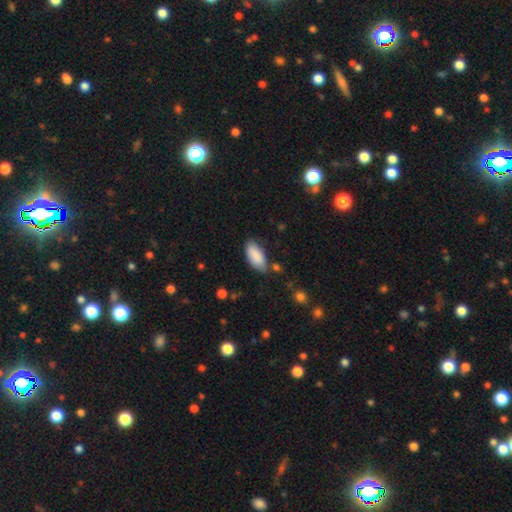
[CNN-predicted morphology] A smooth galaxy with no disk features (87%) that is in between round and cigar-shaped (90%). Merging: none (69%).